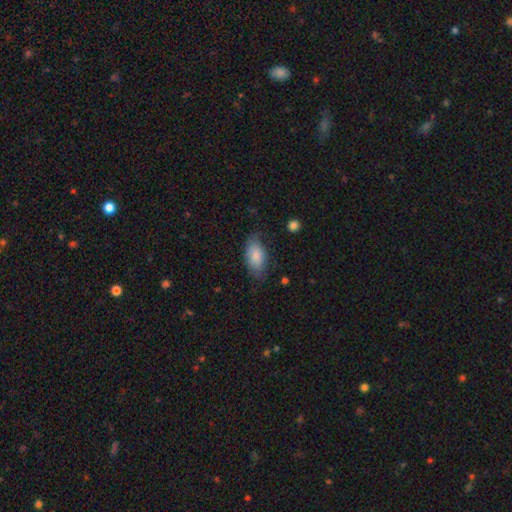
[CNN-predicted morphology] smooth_or_featured: smooth (p=0.81) [alt: featured or disk p=0.13]
how_rounded: in between (p=0.94) [alt: round p=0.03]
merging: none (p=0.62) [alt: minor disturbance p=0.28]